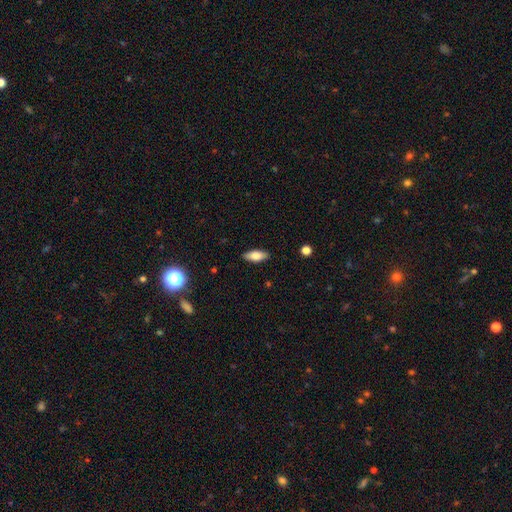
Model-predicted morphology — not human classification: Overall: smooth (76%). How rounded: in between (79%). Merging: none (88%).